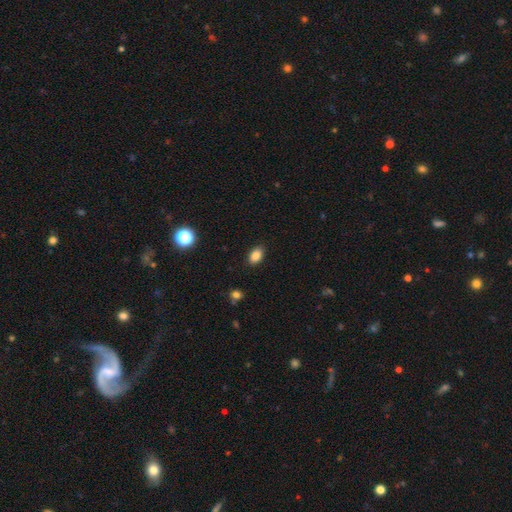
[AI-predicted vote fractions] Smooth or featured? Predicted: smooth (p=0.86). How rounded? Predicted: in between (p=0.86). Merging? Predicted: none (p=0.87).